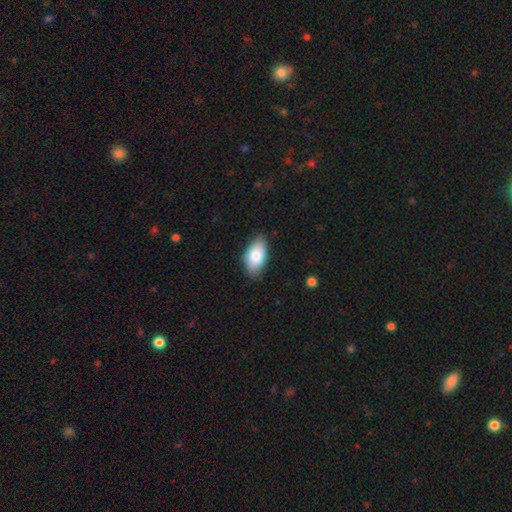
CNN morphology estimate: The model was most divided on "merging": none: 83%, minor disturbance: 14%, major disturbance: 2%, merger: 1%. More confident: how rounded — in between (94%); smooth or featured — smooth (83%).